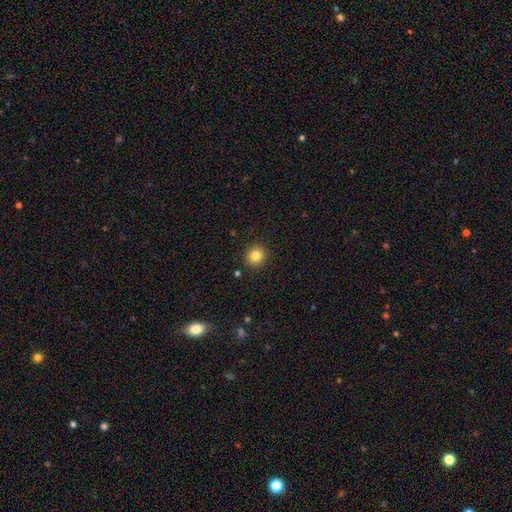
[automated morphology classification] A smooth galaxy with no disk features (83%) that is round (89%).

Vote fractions:
- Smooth or featured? smooth: 83% / star or artifact: 11% / featured or disk: 6%
- How rounded? round: 89% / in between: 11% / cigar-shaped: 1%
- Merging? none: 91% / minor disturbance: 6% / major disturbance: 2% / merger: 1%